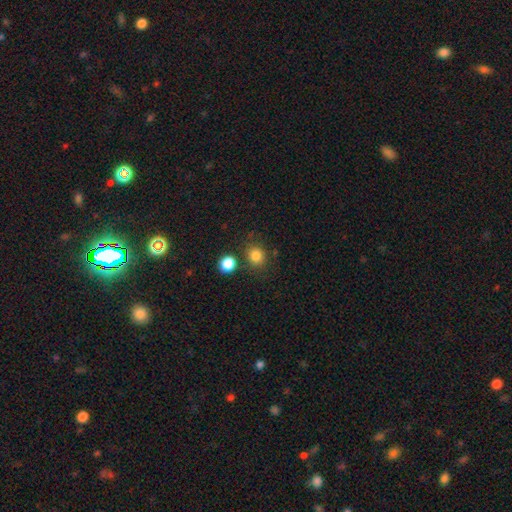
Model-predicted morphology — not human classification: A smooth galaxy with no disk features (83%) that is round (79%). Merging: none (77%).